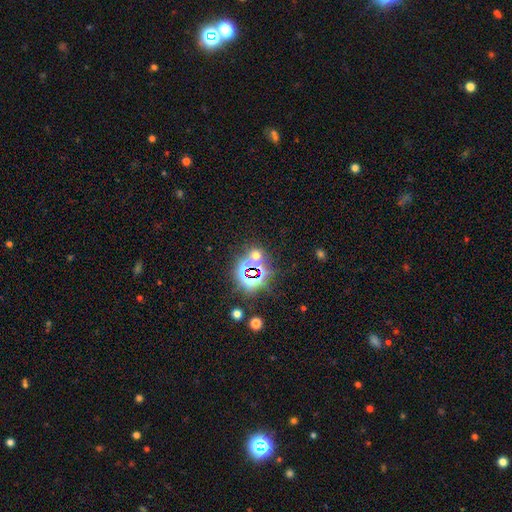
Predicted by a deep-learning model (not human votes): Morphology: type=star or artifact (61%).